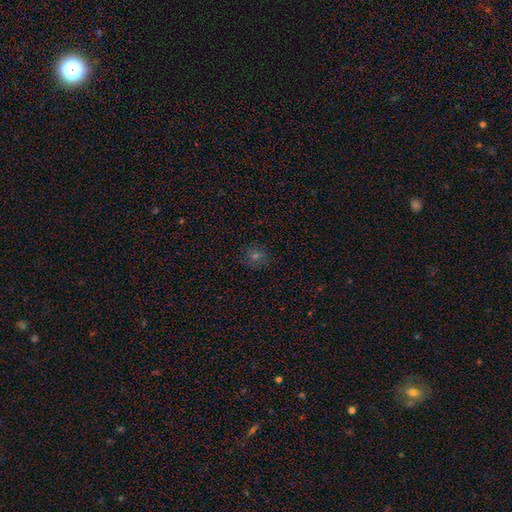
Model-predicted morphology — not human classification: smooth 58%, star or artifact 28%, featured or disk 14%. Down the decision tree: how rounded — round (86%); merging — none (85%).